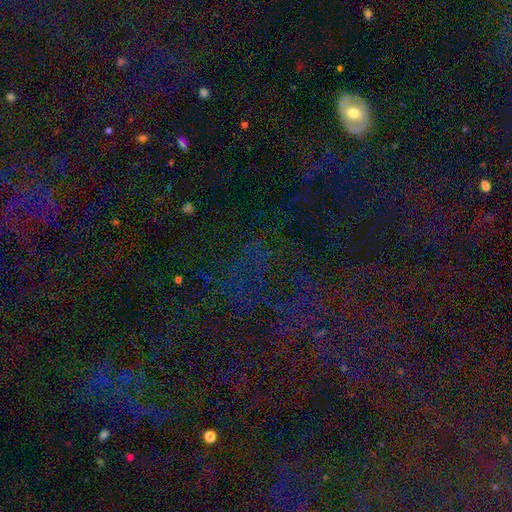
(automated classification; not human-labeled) Smooth or featured?
  - star or artifact: 68% *
  - smooth: 19%
  - featured or disk: 14%